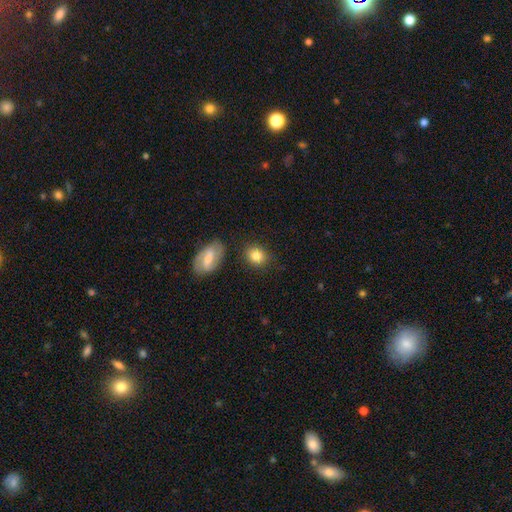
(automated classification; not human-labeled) A smooth galaxy with no disk features (81%) that is round (66%). Merging: none (82%).